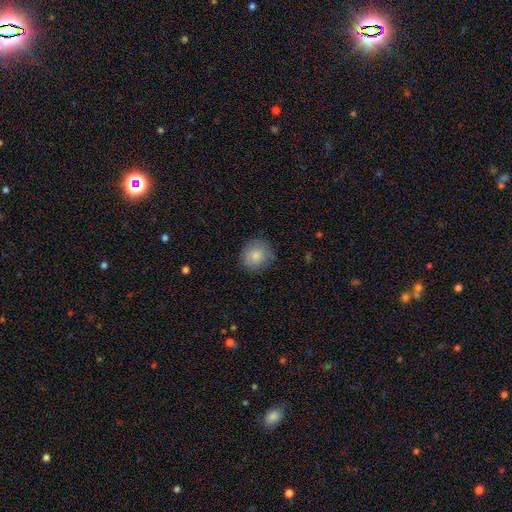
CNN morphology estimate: The model was most divided on "merging": none: 83%, minor disturbance: 13%, major disturbance: 3%, merger: 1%. More confident: how rounded — round (87%); smooth or featured — smooth (84%).